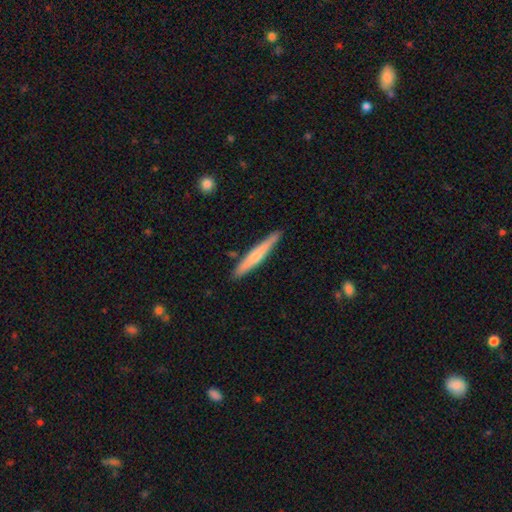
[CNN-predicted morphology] smooth-or-featured: smooth: 55% | featured or disk: 40% | star or artifact: 5%
  how-rounded: cigar-shaped: 95% | in between: 4% | round: 1%
  merging: none: 87% | minor disturbance: 10% | merger: 2% | major disturbance: 2%